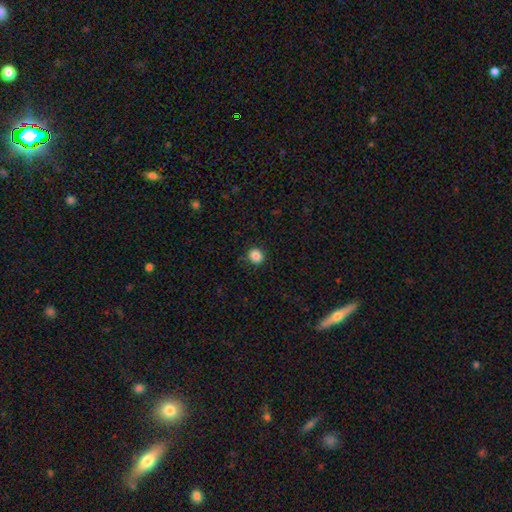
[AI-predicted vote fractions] smooth 86%, star or artifact 11%, featured or disk 4%. Down the decision tree: how rounded — round (82%); merging — none (88%).